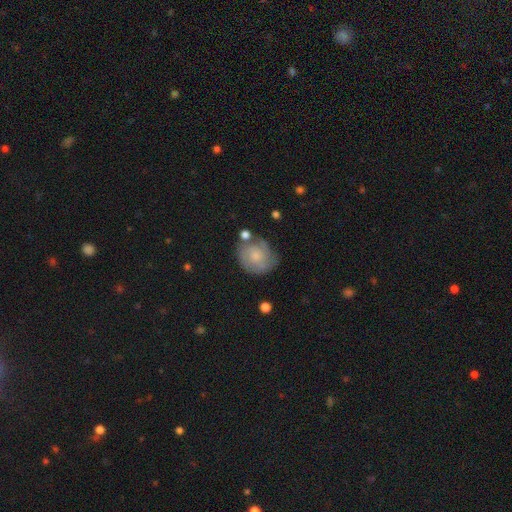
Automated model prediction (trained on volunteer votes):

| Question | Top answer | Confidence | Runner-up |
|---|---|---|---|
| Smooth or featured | featured or disk | 46% | tied: smooth (46%) |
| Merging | none | 57% | minor disturbance (25%) |